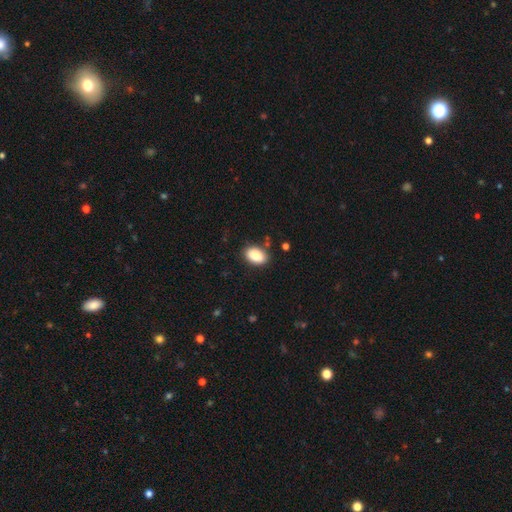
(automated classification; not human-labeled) The model was most divided on "merging": none: 84%, minor disturbance: 11%, major disturbance: 3%, merger: 2%. More confident: how rounded — in between (90%); smooth or featured — smooth (89%).